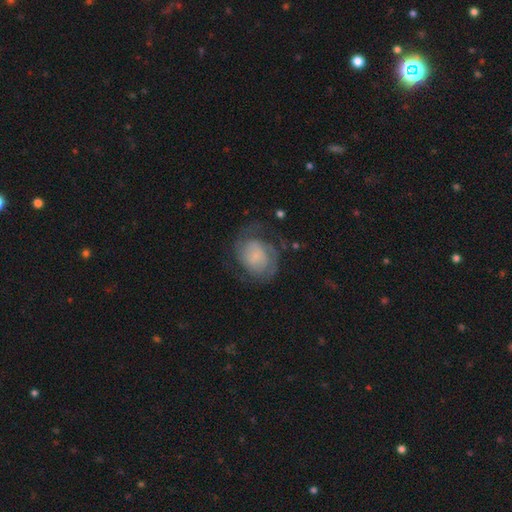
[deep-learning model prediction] smooth-or-featured: featured or disk: 68% | smooth: 25% | star or artifact: 8%
  disk-edge-on: no: 98% | yes: 2%
    bar: no: 66% | weak: 29% | strong: 6%
    has-spiral-arms: yes: 89% | no: 11%
      spiral-winding: tight: 43% | medium: 40% | loose: 17%
      spiral-arm-count: 2: 56% | can't tell: 21% | 3: 9% | 1: 7% | 4: 3% | more than 4: 3%
    bulge-size: small: 53% | none: 24% | moderate: 13% | large: 7% | dominant: 3%
  merging: none: 54% | major disturbance: 23% | minor disturbance: 21% | merger: 2%